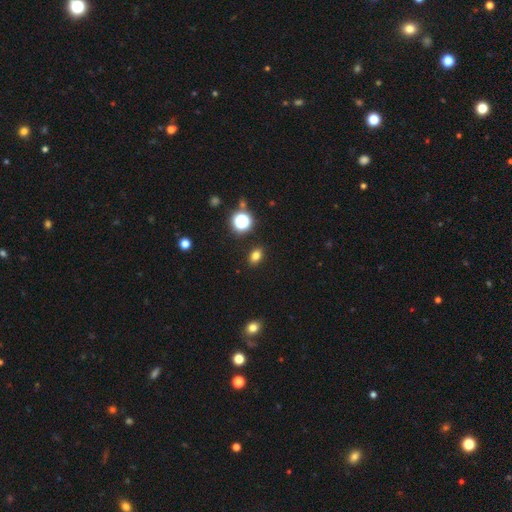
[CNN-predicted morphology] smooth_or_featured: smooth (p=0.77) [alt: star or artifact p=0.16]
how_rounded: in between (p=0.71) [alt: round p=0.27]
merging: none (p=0.88) [alt: minor disturbance p=0.08]